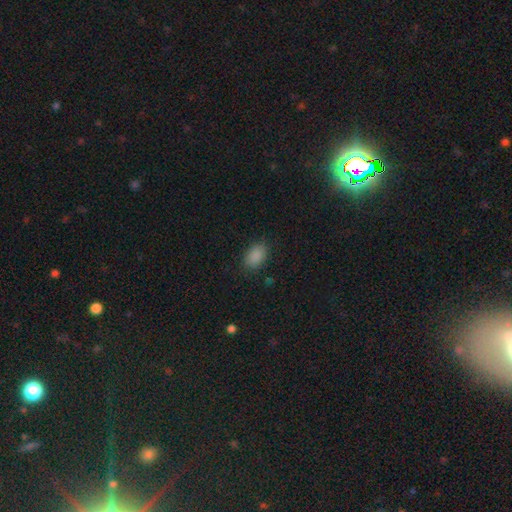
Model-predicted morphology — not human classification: Smooth or featured? smooth (88%)
How rounded? in between (88%)
Merging? none (84%)